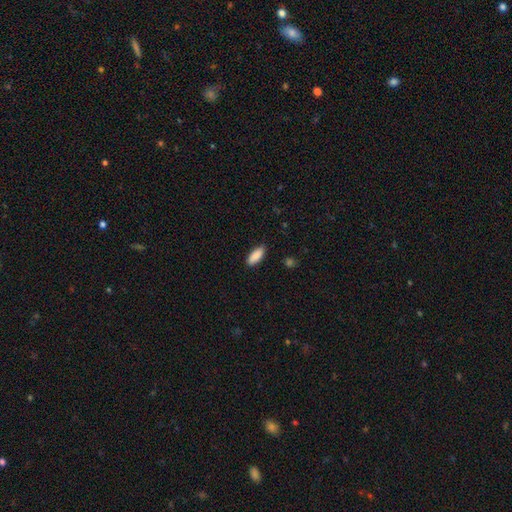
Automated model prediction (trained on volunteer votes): A smooth galaxy with no disk features (90%) that is in between round and cigar-shaped (77%). Merging: none (87%).